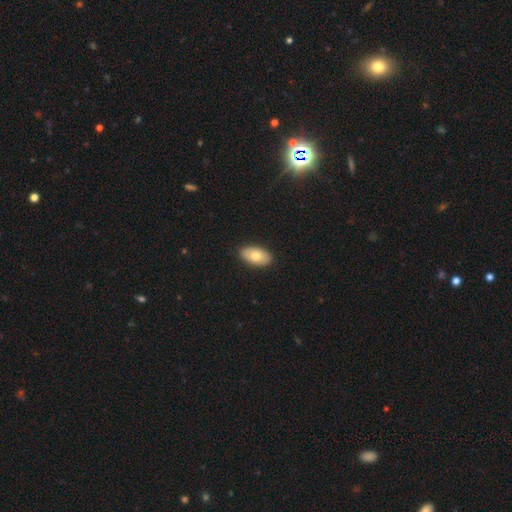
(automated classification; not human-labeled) Overall: smooth (74%). How rounded: in between (94%). Merging: none (89%).